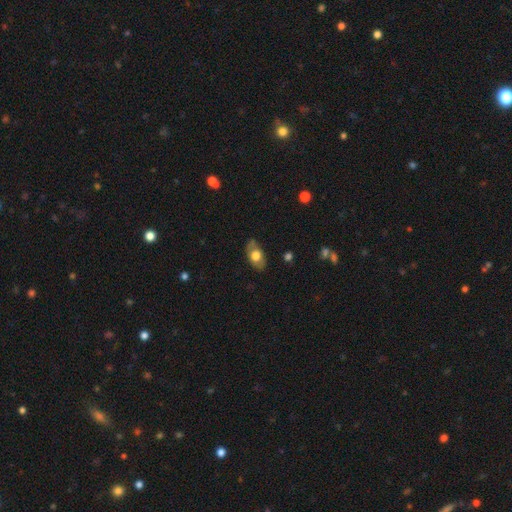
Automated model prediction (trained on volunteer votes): Morphology: type=smooth (62%); roundness=in between (88%); merging=none (75%).